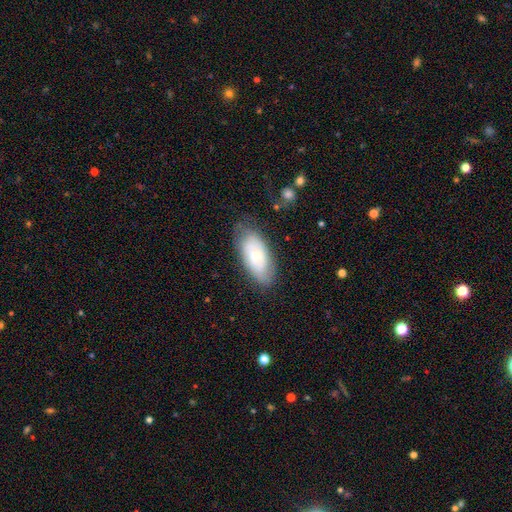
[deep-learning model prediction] A smooth galaxy with no disk features (57%) that is in between round and cigar-shaped (90%). Merging: none (72%).